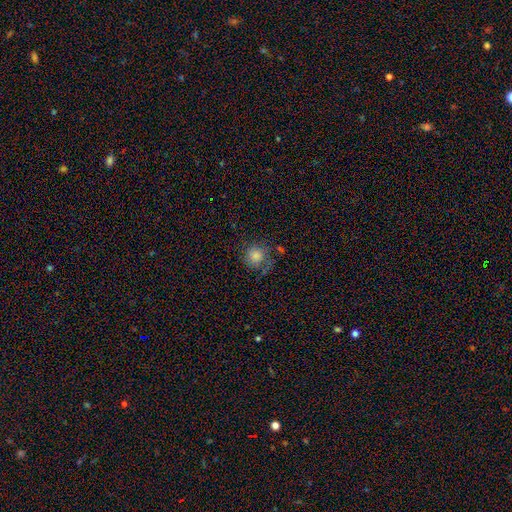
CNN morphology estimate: This appears to be a smooth galaxy with no disk features (69%) that is round (89%). Merging: none (63%).